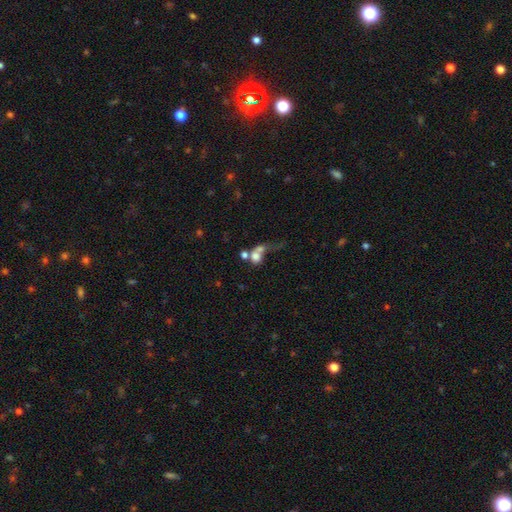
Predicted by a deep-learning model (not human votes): A smooth galaxy with no disk features (62%) that is round (65%). Merging: merger (58%).